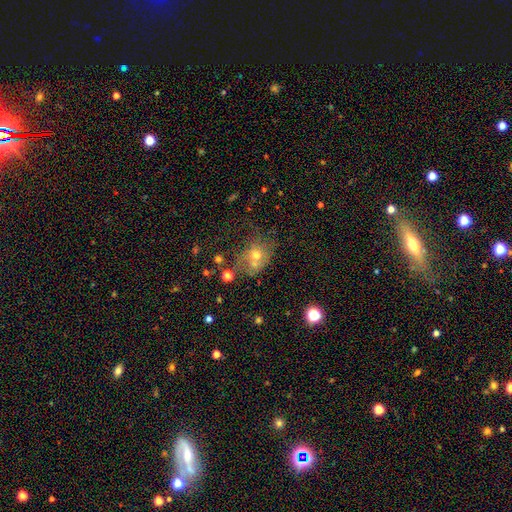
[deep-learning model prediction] smooth 55%, featured or disk 26%, star or artifact 19%. Down the decision tree: how rounded — round (52%); merging — none (41%).